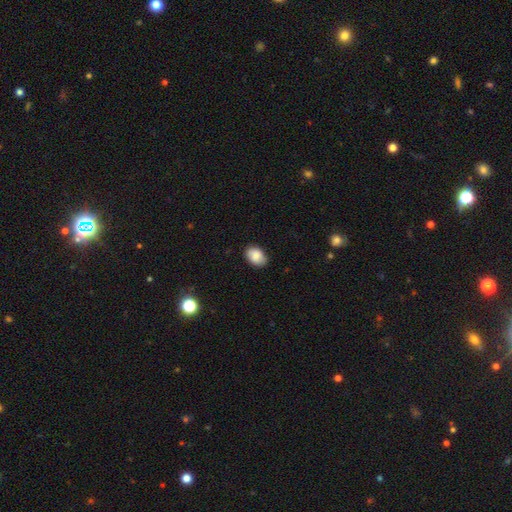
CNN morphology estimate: A smooth galaxy with no disk features (82%) that is in between round and cigar-shaped (82%). Merging: none (83%).